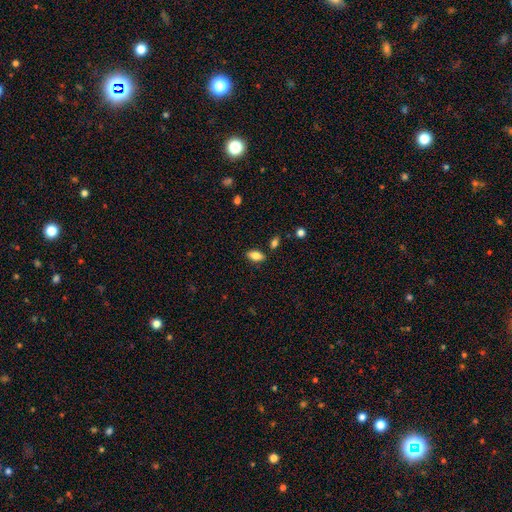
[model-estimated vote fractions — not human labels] This is clearly a smooth galaxy (80%). How rounded: clearly in between (90%). Merging: clearly none (83%).